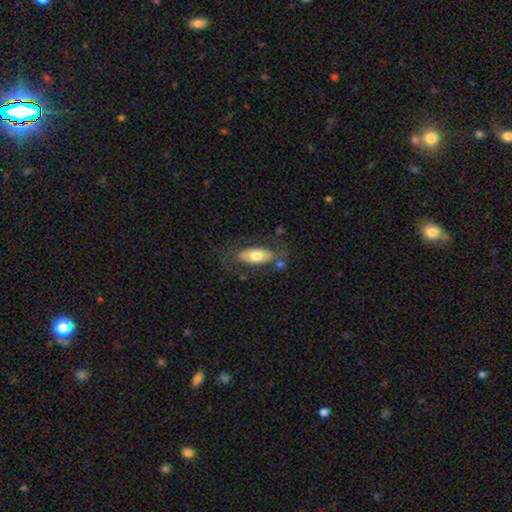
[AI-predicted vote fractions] Smooth or featured: smooth — 62% (featured or disk — 32%)
How rounded: in between — 85% (cigar-shaped — 12%)
Merging: none — 68% (minor disturbance — 17%)